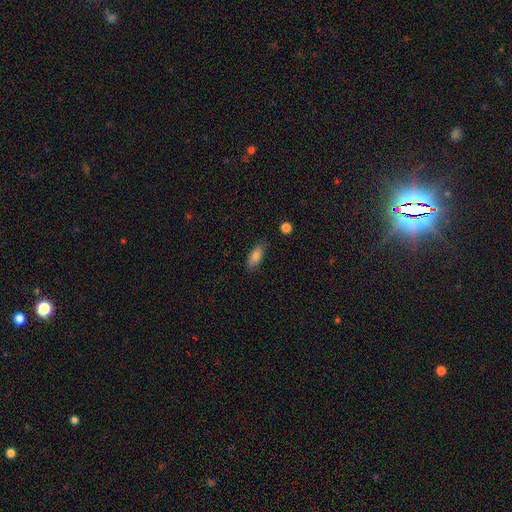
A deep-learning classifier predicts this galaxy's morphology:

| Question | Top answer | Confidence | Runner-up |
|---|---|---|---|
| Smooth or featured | smooth | 83% | featured or disk (10%) |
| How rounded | in between | 79% | cigar-shaped (18%) |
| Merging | none | 82% | minor disturbance (14%) |